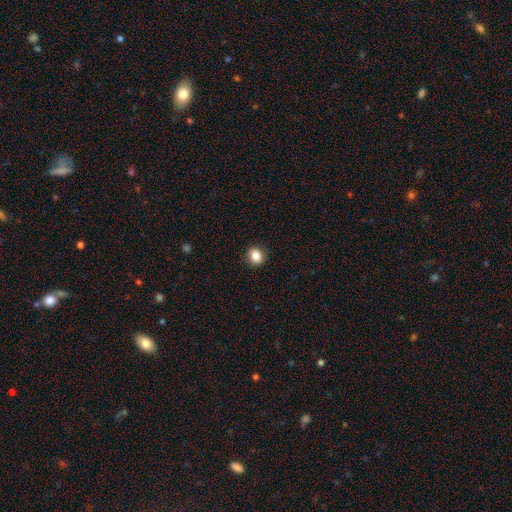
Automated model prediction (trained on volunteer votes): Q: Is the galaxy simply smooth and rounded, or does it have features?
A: smooth — 85%.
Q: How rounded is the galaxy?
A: round — 74%.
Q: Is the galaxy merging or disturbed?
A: none — 90%.